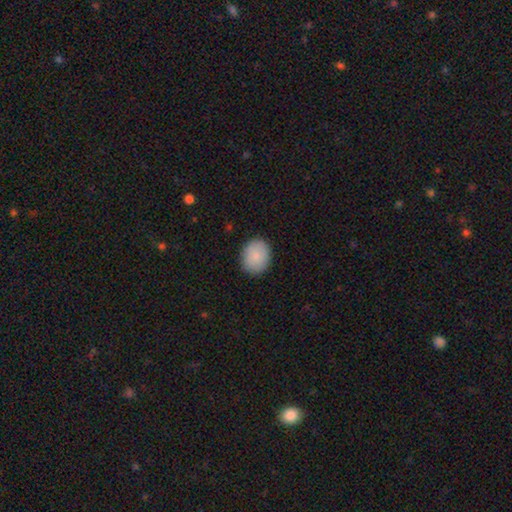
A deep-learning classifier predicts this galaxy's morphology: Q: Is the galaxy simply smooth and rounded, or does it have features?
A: smooth — 87%.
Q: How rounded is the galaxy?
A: round — 54%.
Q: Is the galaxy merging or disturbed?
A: none — 87%.